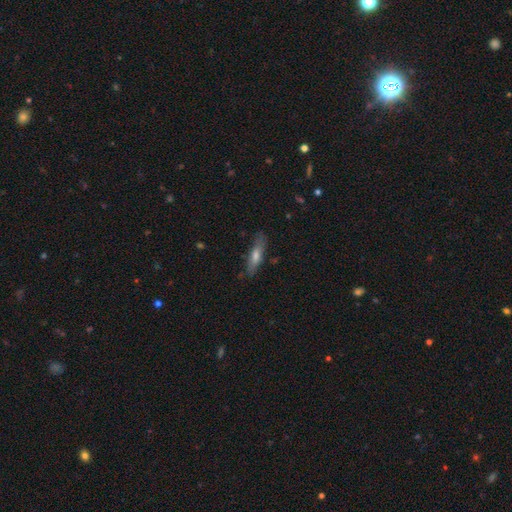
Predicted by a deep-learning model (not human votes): smooth_or_featured: smooth (p=0.55) [alt: featured or disk p=0.38]
how_rounded: cigar-shaped (p=0.76) [alt: in between p=0.22]
merging: none (p=0.81) [alt: minor disturbance p=0.15]